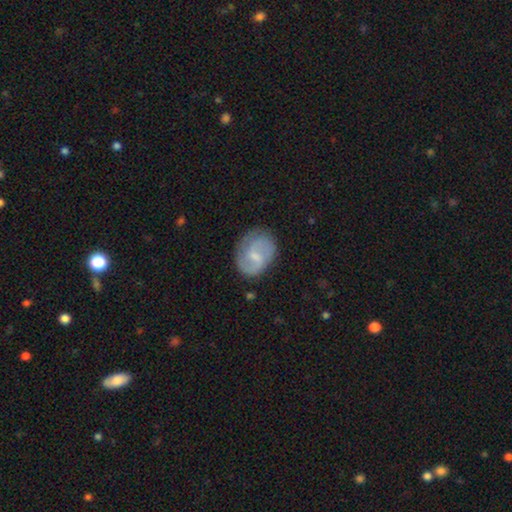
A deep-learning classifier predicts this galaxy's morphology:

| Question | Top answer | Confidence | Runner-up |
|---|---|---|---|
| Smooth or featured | featured or disk | 70% | smooth (24%) |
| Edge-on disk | no | 98% | yes (2%) |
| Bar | weak | 59% | no (29%) |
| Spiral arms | yes | 91% | no (9%) |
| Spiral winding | medium | 47% | loose (30%) |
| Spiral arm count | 2 | 77% | can't tell (11%) |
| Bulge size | small | 52% | moderate (29%) |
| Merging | none | 72% | minor disturbance (19%) |